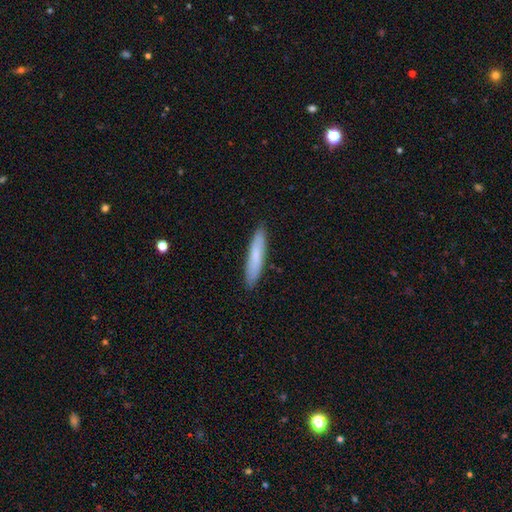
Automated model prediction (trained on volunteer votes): Smooth or featured? Predicted: smooth (p=0.76). How rounded? Predicted: cigar-shaped (p=0.89). Merging? Predicted: none (p=0.89).